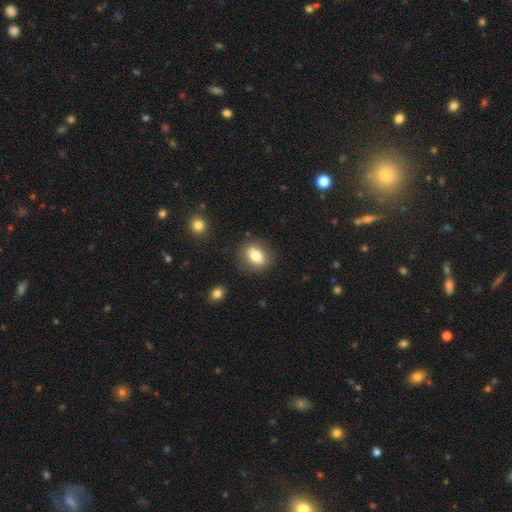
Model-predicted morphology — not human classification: Smooth or featured: smooth — 77% (featured or disk — 14%)
How rounded: in between — 58% (round — 40%)
Merging: none — 85% (minor disturbance — 10%)